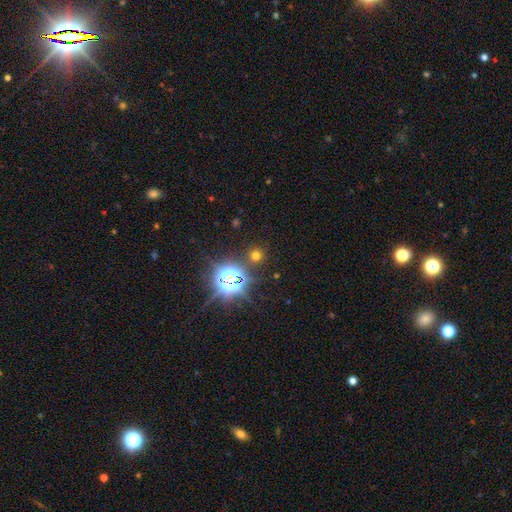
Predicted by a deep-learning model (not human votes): The model was most divided on "smooth or featured": smooth: 53%, star or artifact: 40%, featured or disk: 7%. More confident: how rounded — round (91%); merging — none (85%).